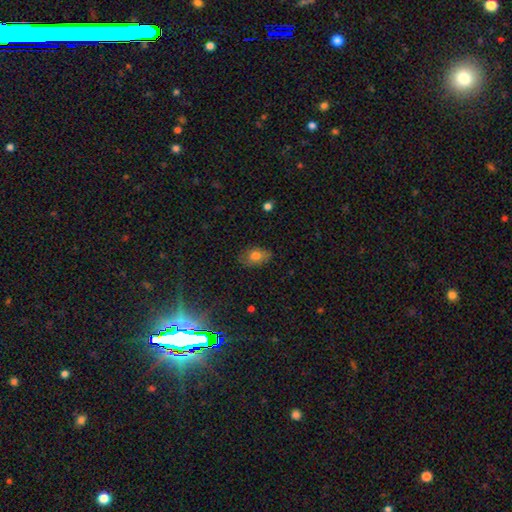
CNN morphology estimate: This appears to be a smooth galaxy with no disk features (76%) that is in between round and cigar-shaped (84%). Merging: none (77%).